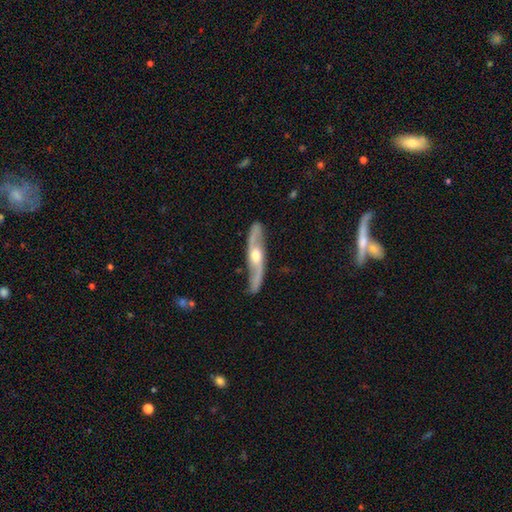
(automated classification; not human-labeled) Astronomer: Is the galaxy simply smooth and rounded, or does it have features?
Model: featured or disk — 83%.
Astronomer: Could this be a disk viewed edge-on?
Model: no — 67%.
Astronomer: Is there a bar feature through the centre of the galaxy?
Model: no — 61%.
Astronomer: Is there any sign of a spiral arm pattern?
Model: yes — 93%.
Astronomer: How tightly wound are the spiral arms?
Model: loose — 63%.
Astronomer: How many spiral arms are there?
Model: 2 — 92%.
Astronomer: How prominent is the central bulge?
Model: moderate — 73%.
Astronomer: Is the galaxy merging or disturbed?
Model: none — 82%.